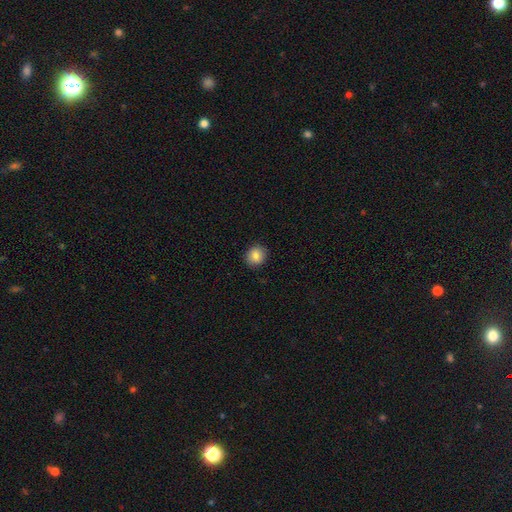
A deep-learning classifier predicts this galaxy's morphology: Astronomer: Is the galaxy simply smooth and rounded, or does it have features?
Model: smooth — 85%.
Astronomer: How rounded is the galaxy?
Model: round — 84%.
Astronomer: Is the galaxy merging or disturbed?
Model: none — 90%.